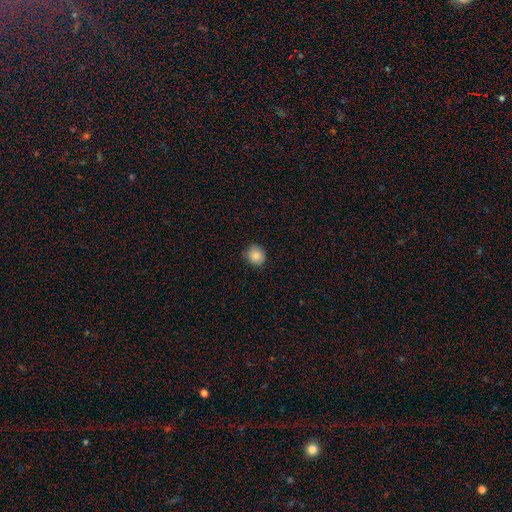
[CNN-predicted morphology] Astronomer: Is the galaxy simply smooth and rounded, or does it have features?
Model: smooth — 86%.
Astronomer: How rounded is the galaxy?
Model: round — 80%.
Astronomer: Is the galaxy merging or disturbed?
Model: none — 82%.